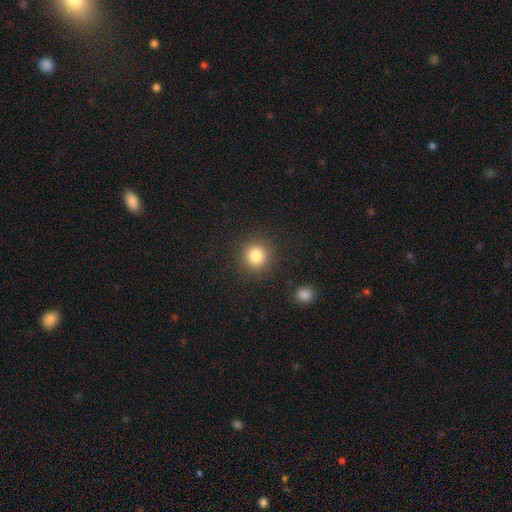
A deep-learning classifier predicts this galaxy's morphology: type=smooth (83%); roundness=round (93%); merging=none (90%).